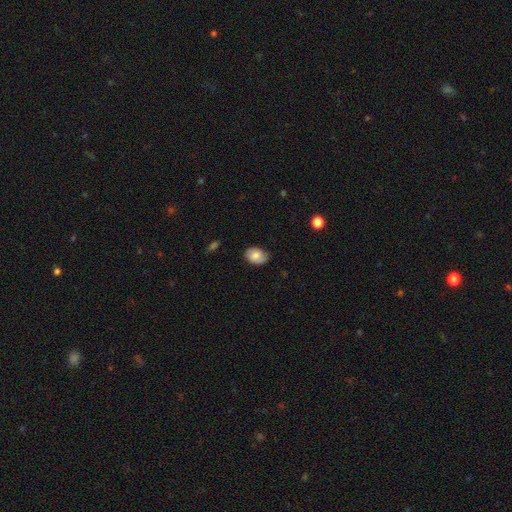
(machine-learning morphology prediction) Q: Smooth or featured?
A: smooth (74%); runner-up: featured or disk (19%)
Q: How rounded?
A: in between (73%); runner-up: round (26%)
Q: Merging?
A: none (73%); runner-up: minor disturbance (22%)